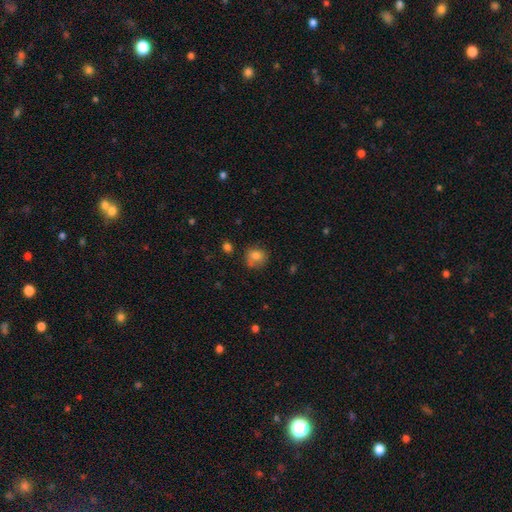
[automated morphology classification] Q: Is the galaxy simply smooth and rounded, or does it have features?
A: smooth — 78%.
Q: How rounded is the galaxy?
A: round — 76%.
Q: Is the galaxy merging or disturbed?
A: none — 60%.